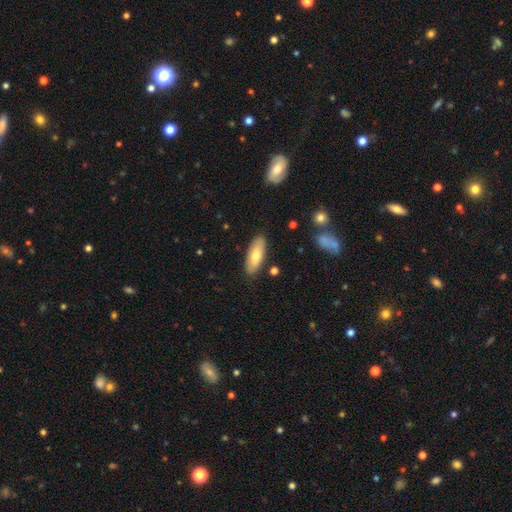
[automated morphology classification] A smooth galaxy with no disk features (70%) that is in between round and cigar-shaped (74%). Merging: none (86%).